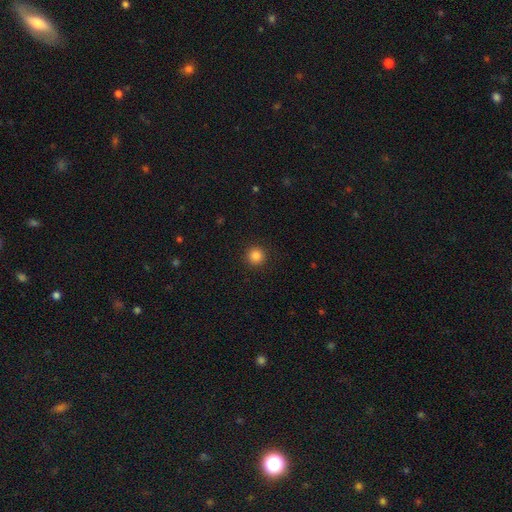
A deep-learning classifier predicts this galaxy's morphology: Q: Smooth or featured?
A: smooth (85%); runner-up: star or artifact (11%)
Q: How rounded?
A: round (95%); runner-up: in between (4%)
Q: Merging?
A: none (92%); runner-up: minor disturbance (5%)